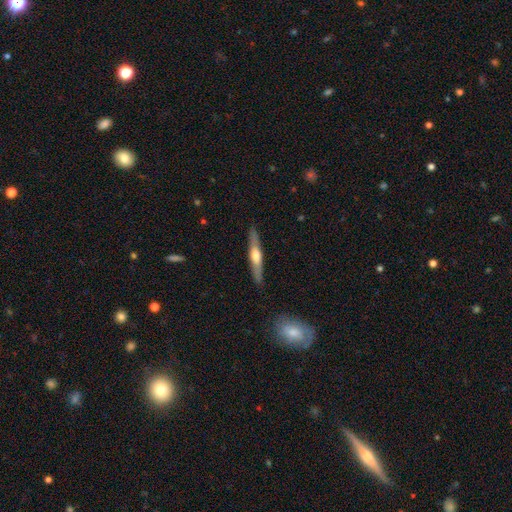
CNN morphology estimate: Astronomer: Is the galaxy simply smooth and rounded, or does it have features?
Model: featured or disk — 60%.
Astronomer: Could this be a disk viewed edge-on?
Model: yes — 94%.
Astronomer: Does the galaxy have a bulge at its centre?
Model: rounded — 86%.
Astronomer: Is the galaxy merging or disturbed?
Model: none — 89%.